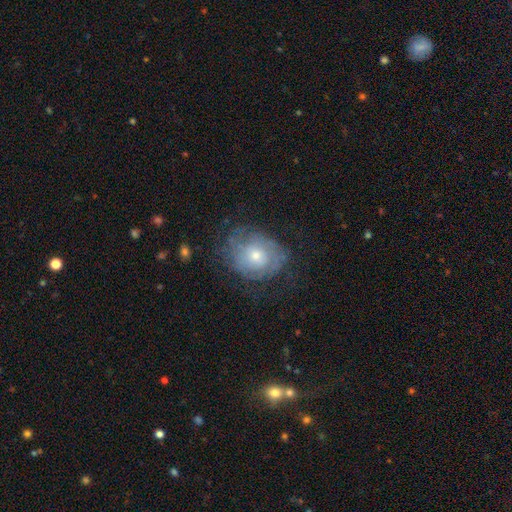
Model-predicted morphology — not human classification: A featured or disk galaxy (60%) with no bar (81%), spiral arms (72%) and a moderate central bulge (49%).

Vote fractions:
- Smooth or featured? featured or disk: 60% / smooth: 31% / star or artifact: 9%
- Edge-on disk? no: 96% / yes: 4%
- Bar? no: 81% / weak: 17% / strong: 3%
- Spiral arms? yes: 72% / no: 28%
- Bulge size? moderate: 49% / small: 44% / large: 4% / none: 1% / dominant: 1%
- Merging? none: 63% / minor disturbance: 22% / major disturbance: 14% / merger: 1%